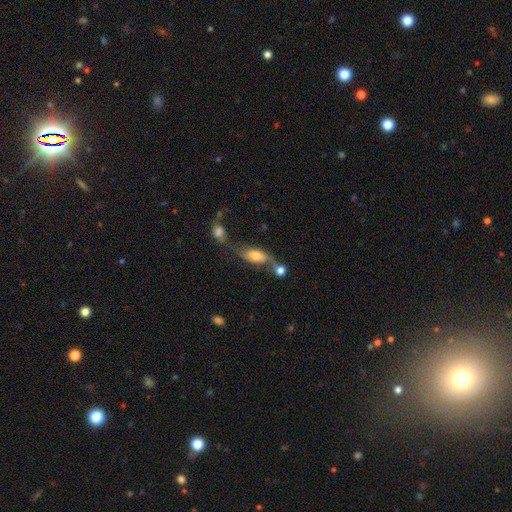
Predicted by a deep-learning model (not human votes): Overall: smooth (56%; featured or disk 35%). How rounded: in between (83%). Merging: merger (38%; none 31%).